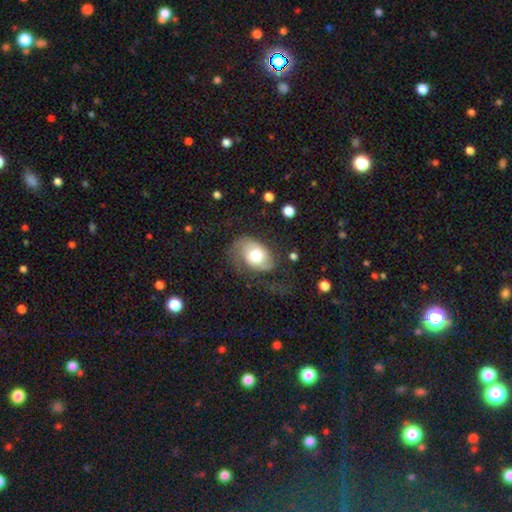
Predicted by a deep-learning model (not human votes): featured or disk 49%, smooth 43%, star or artifact 8%. Down the decision tree: merging — none (45%).